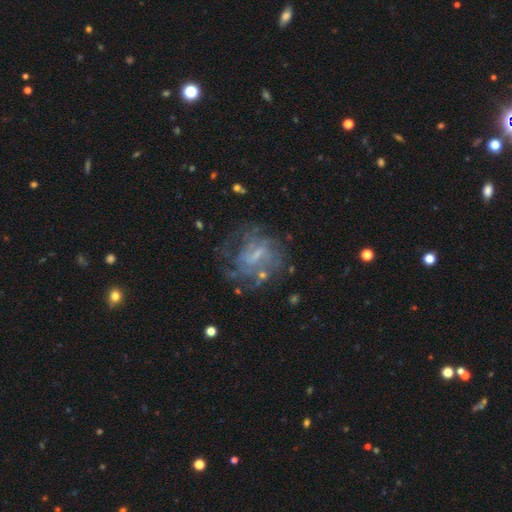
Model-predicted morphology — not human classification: featured or disk 72%, smooth 16%, star or artifact 11%. Down the decision tree: edge-on disk — no (97%); bar — weak (53%); spiral arms — yes (67%); bulge size — small (50%); merging — none (55%).